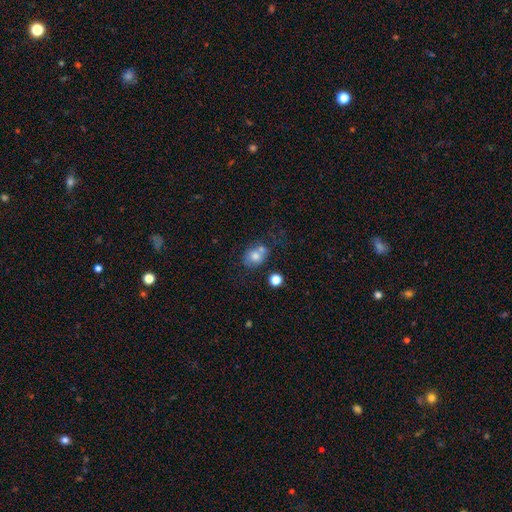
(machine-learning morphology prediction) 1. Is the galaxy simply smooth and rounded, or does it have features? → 72% smooth, 17% featured or disk, 12% star or artifact.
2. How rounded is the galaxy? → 60% round, 39% in between, 1% cigar-shaped.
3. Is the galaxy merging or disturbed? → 45% none, 32% merger, 16% minor disturbance, 7% major disturbance.